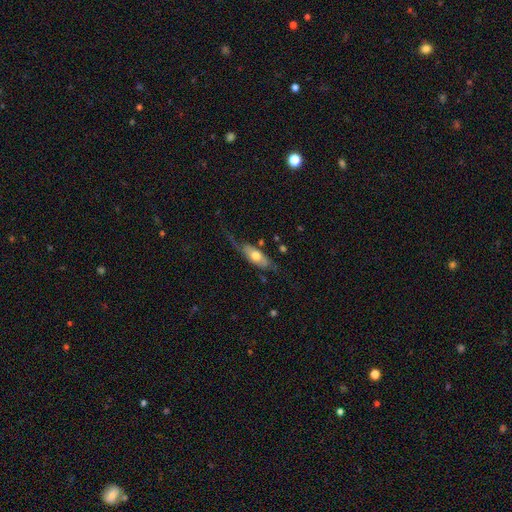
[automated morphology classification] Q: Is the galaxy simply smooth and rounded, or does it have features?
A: featured or disk — 55%.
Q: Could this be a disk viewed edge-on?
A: no — 68%.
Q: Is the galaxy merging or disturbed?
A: none — 43%.